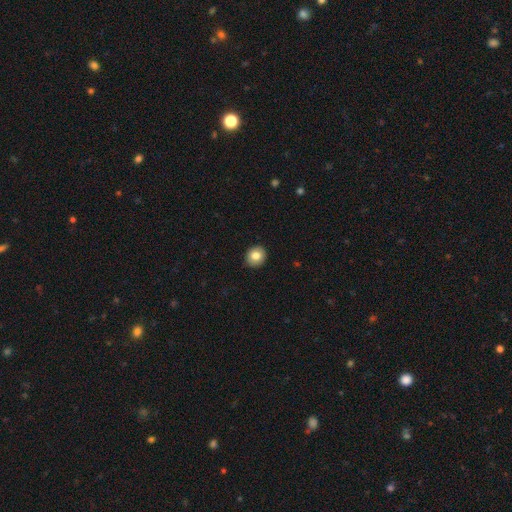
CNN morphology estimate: type=smooth (82%); roundness=round (81%); merging=none (91%).